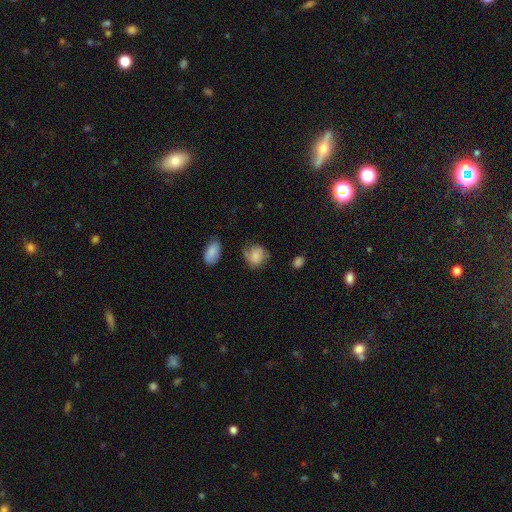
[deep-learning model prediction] Morphology: type=smooth (62%); roundness=round (63%); merging=none (51%).